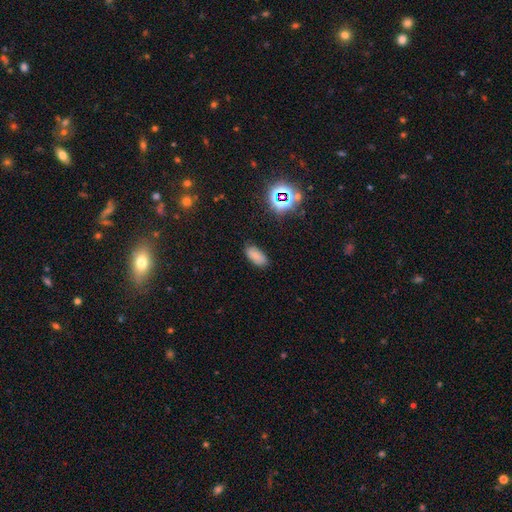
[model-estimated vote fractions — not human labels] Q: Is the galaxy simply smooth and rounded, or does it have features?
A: smooth — 76%.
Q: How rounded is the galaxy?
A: in between — 91%.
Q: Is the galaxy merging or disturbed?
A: none — 84%.